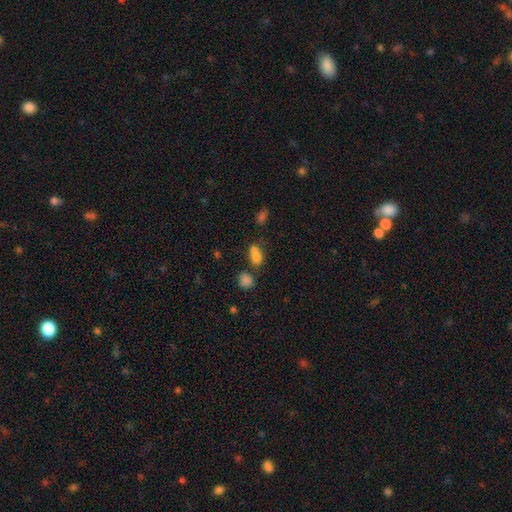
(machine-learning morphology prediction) Smooth or featured?
  - smooth: 74% *
  - star or artifact: 14%
  - featured or disk: 12%
How rounded?
  - in between: 49% * (tied)
  - round: 49% * (tied)
  - cigar-shaped: 2%
Merging?
  - merger: 50% *
  - none: 35%
  - minor disturbance: 10%
  - major disturbance: 5%